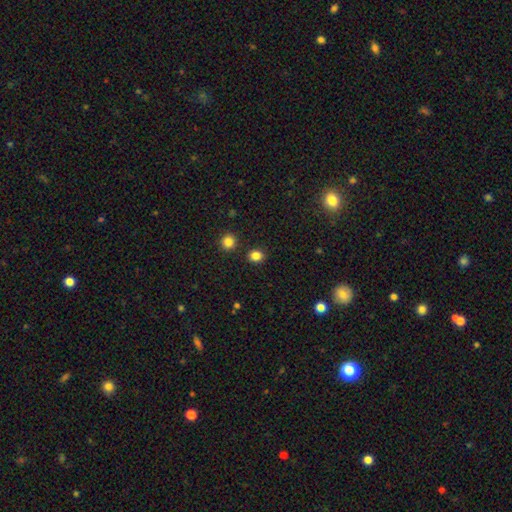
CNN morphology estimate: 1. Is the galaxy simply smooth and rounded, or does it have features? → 84% smooth, 12% star or artifact, 4% featured or disk.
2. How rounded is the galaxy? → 65% round, 34% in between, 1% cigar-shaped.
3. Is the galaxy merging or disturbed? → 87% none, 7% minor disturbance, 4% merger, 2% major disturbance.